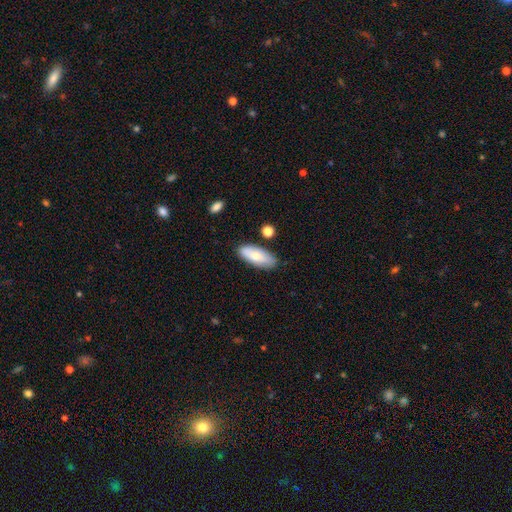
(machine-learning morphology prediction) This is likely a smooth galaxy (70%). How rounded: likely in between (76%). Merging: clearly none (81%).